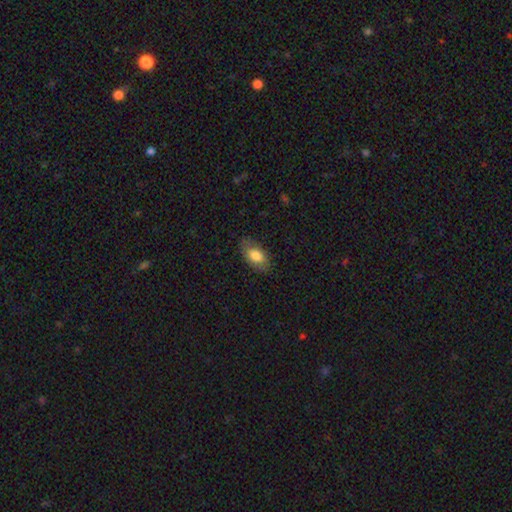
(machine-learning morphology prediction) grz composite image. It shows a smooth galaxy with no disk features (76%) that is in between round and cigar-shaped (92%). Merging: none (79%).